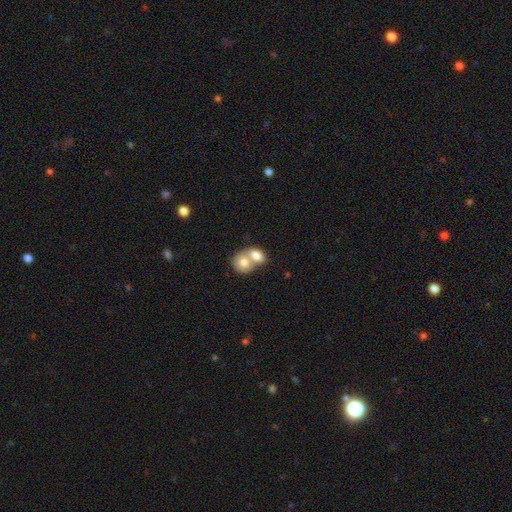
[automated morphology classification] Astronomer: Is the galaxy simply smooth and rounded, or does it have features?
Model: smooth — 75%.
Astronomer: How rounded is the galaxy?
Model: in between — 57% (runner-up: round, 42%).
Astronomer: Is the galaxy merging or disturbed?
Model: merger — 74%.